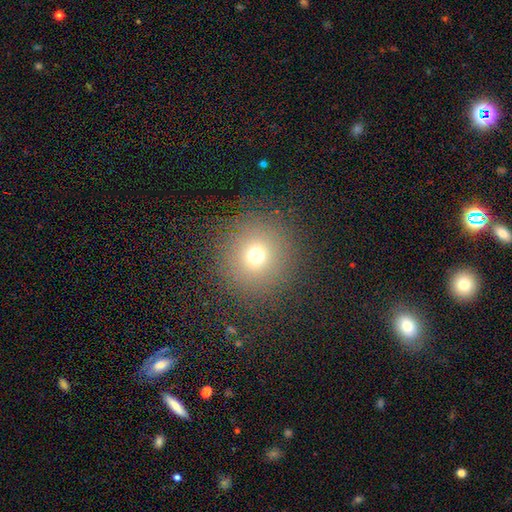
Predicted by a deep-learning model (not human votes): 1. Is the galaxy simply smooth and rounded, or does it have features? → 69% smooth, 21% star or artifact, 10% featured or disk.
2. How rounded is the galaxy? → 95% round, 4% in between, 1% cigar-shaped.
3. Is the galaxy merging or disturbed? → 89% none, 6% minor disturbance, 4% major disturbance, 1% merger.